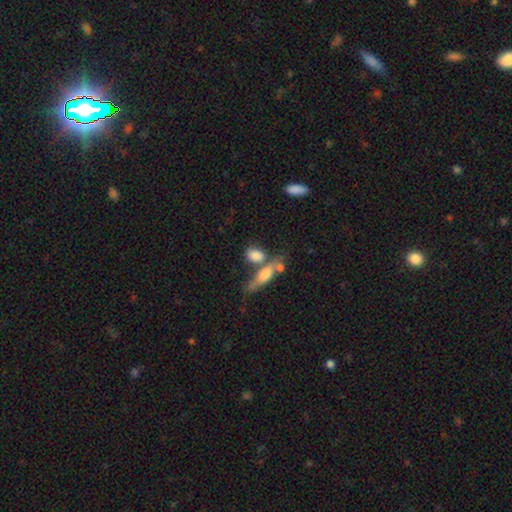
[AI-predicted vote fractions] A smooth galaxy with no disk features (80%) that is in between round and cigar-shaped (76%). Merging: none (40%).